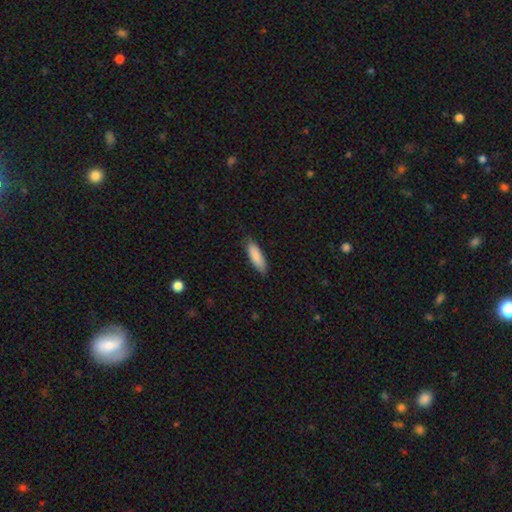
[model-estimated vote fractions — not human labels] This appears to be a smooth galaxy with no disk features (87%) that is cigar-shaped (51%). Merging: none (83%).